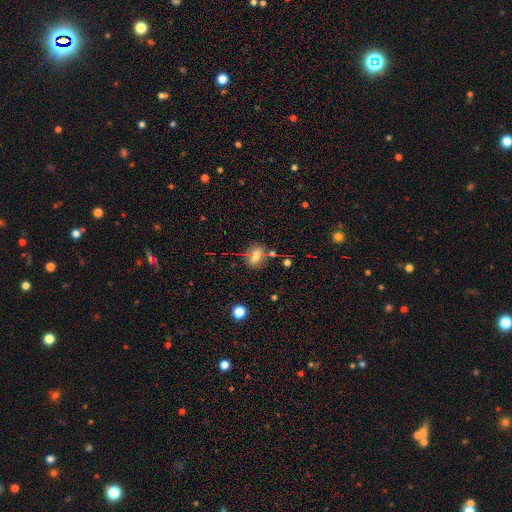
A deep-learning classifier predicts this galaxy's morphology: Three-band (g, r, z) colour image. It shows a smooth galaxy with no disk features (71%) that is in between round and cigar-shaped (58%). Merging: none (68%).